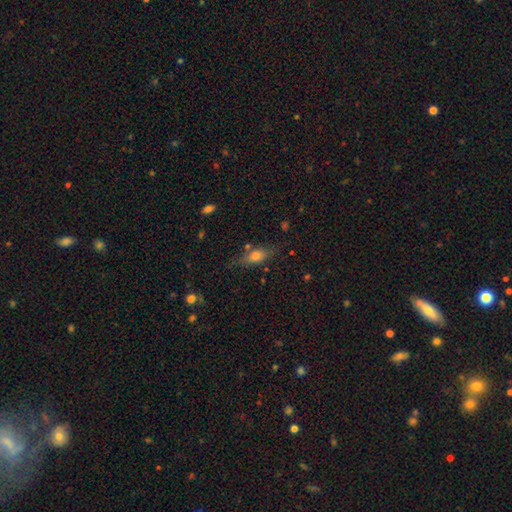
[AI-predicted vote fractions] This is likely a smooth galaxy (60%). How rounded: likely in between (67%). Merging: likely none (68%).